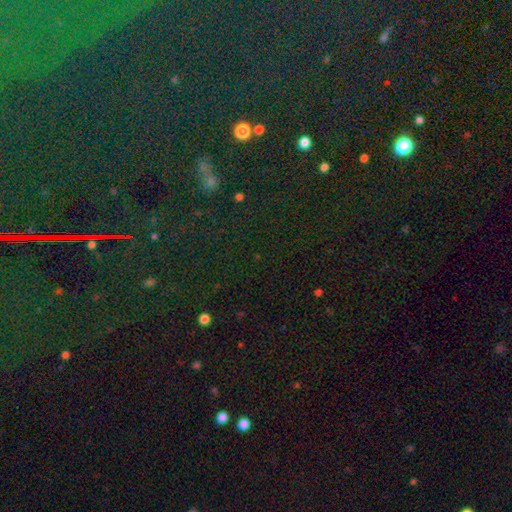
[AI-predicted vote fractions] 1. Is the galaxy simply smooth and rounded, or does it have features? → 78% star or artifact, 13% smooth, 8% featured or disk.